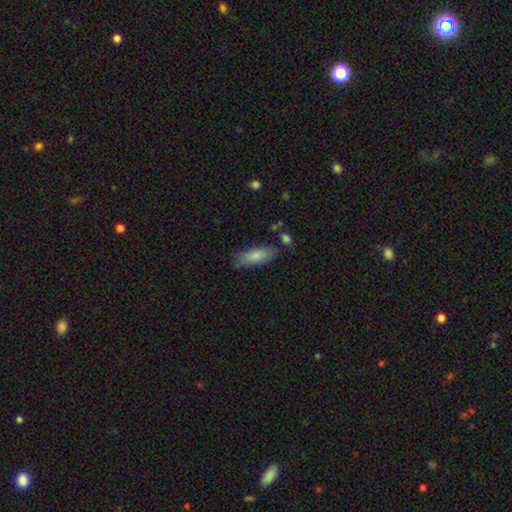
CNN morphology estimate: smooth-or-featured: smooth: 83% | featured or disk: 11% | star or artifact: 6%
  how-rounded: in between: 67% | cigar-shaped: 32% | round: 2%
  merging: none: 76% | minor disturbance: 17% | major disturbance: 4% | merger: 3%